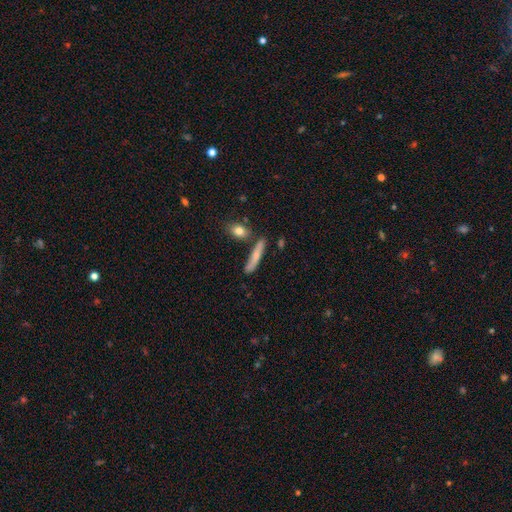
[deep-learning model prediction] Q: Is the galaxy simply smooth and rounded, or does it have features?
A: smooth — 67%.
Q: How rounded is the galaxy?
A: cigar-shaped — 88%.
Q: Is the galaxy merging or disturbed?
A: none — 72%.